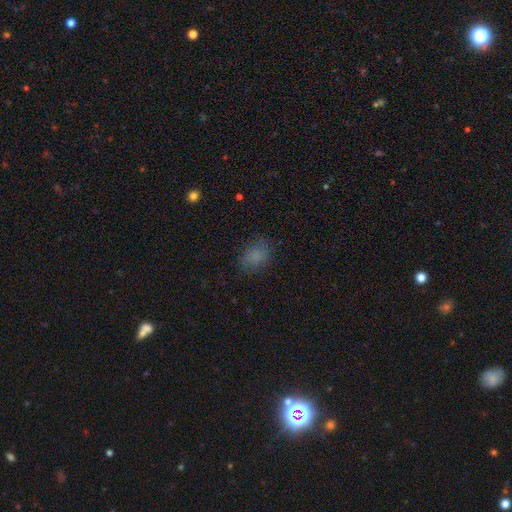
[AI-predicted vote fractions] Morphology: type=smooth (79%); roundness=in between (74%); merging=none (76%).